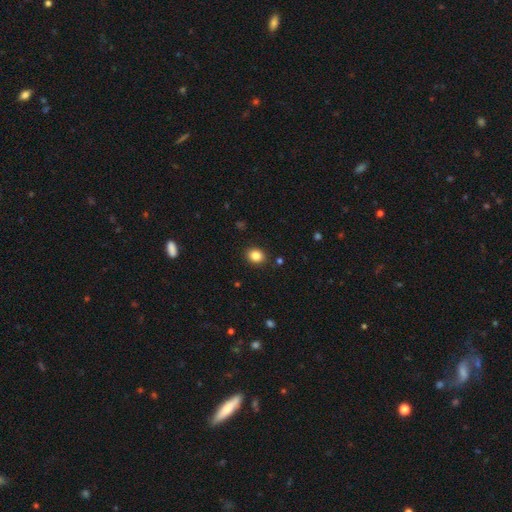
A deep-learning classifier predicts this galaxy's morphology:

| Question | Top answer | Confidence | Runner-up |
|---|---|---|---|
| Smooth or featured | smooth | 85% | star or artifact (10%) |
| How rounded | round | 61% | in between (38%) |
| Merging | none | 90% | minor disturbance (7%) |